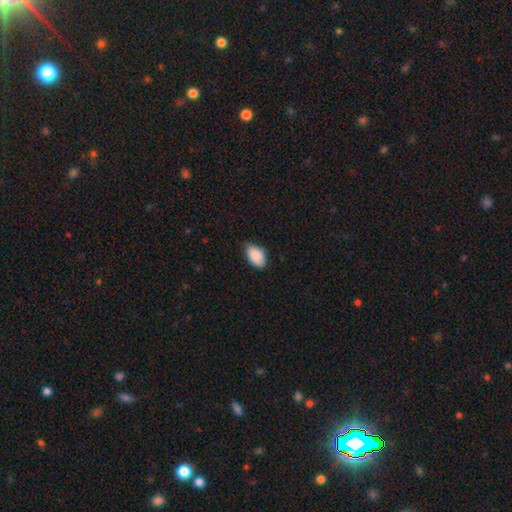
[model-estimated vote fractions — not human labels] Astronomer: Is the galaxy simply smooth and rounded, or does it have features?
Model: smooth — 89%.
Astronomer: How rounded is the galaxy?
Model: in between — 93%.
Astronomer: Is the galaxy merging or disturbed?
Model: none — 70%.